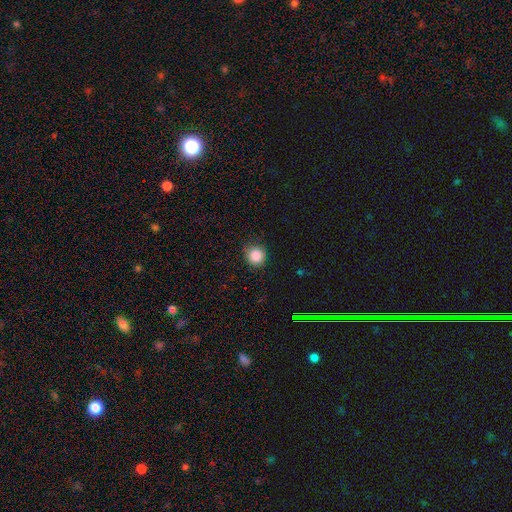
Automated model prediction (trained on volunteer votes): Overall: smooth (86%). How rounded: round (90%). Merging: none (84%).